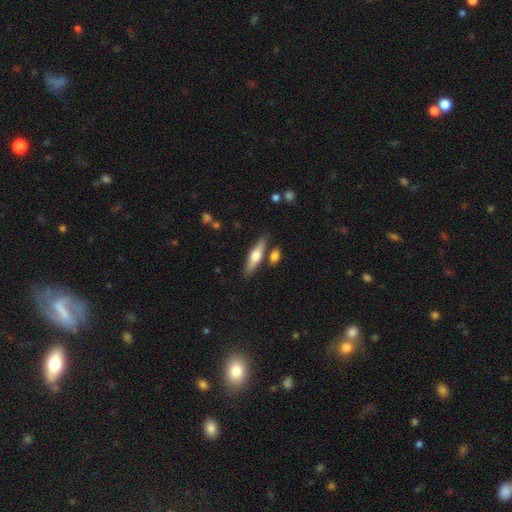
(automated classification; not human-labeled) The model was most divided on "smooth or featured": featured or disk: 49%, smooth: 45%, star or artifact: 6%. More confident: merging — none (78%).